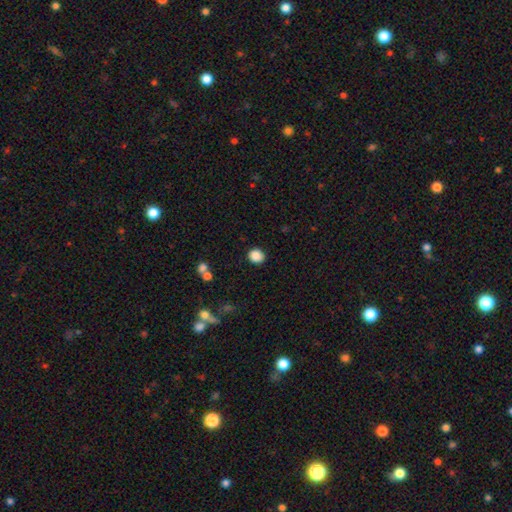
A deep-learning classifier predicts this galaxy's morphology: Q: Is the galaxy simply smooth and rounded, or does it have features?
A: smooth — 87%.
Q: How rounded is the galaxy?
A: round — 81%.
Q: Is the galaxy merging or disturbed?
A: none — 88%.